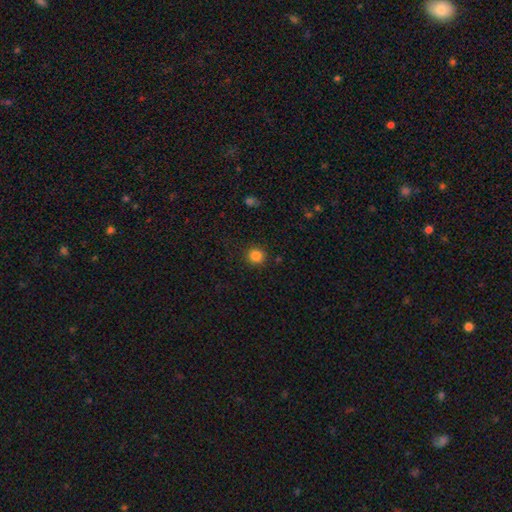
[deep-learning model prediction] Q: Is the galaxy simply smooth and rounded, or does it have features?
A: smooth — 84%.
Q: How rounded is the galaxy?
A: round — 92%.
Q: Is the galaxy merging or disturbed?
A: none — 91%.